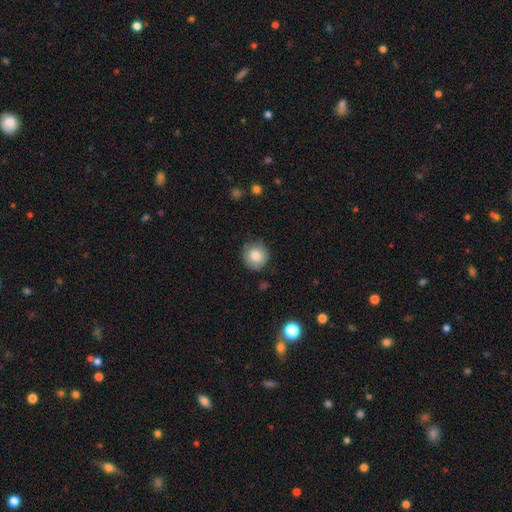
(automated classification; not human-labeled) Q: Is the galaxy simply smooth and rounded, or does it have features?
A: smooth — 83%.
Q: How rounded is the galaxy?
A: round — 93%.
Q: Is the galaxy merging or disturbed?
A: none — 82%.